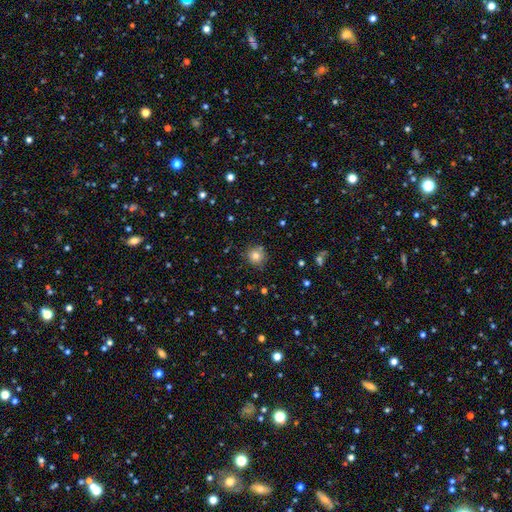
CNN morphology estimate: The model was most divided on "smooth or featured": smooth: 79%, star or artifact: 14%, featured or disk: 8%. More confident: how rounded — round (91%); merging — none (82%).